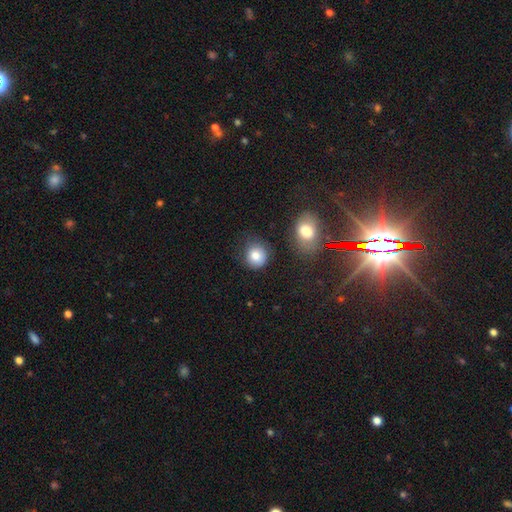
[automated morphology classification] smooth_or_featured: smooth (p=0.83) [alt: star or artifact p=0.09]
how_rounded: round (p=0.83) [alt: in between p=0.16]
merging: none (p=0.69) [alt: minor disturbance p=0.19]